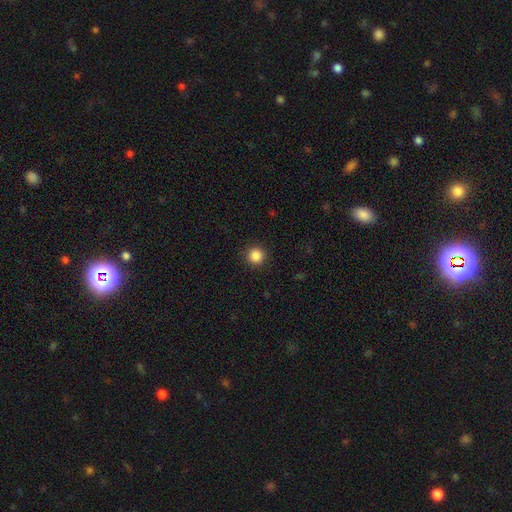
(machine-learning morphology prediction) Smooth or featured? Predicted: smooth (p=0.86). How rounded? Predicted: round (p=0.96). Merging? Predicted: none (p=0.92).